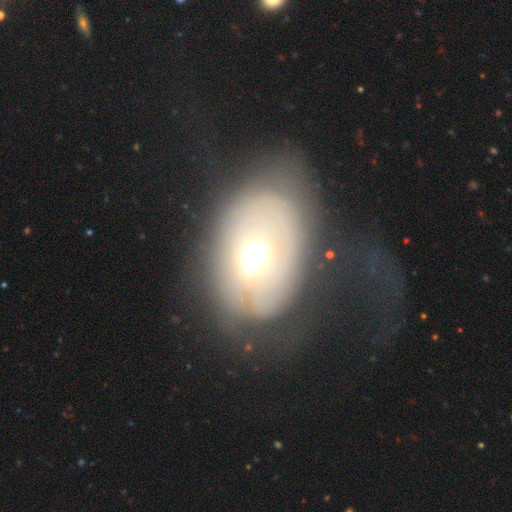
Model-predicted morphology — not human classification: Q: Smooth or featured?
A: featured or disk (49%); runner-up: smooth (39%)
Q: Merging?
A: none (51%); runner-up: major disturbance (23%)